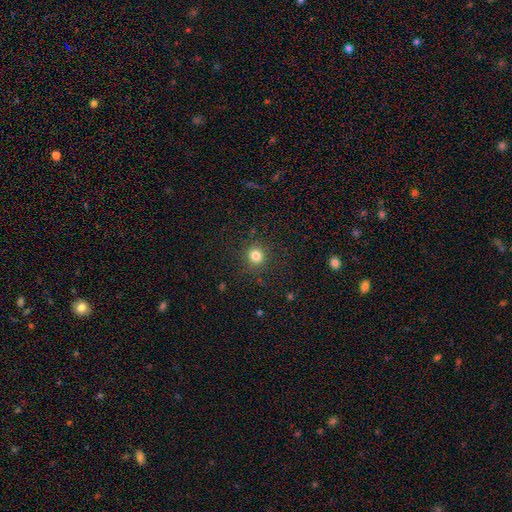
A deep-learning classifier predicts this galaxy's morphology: Overall: smooth (82%). How rounded: round (89%). Merging: none (88%).